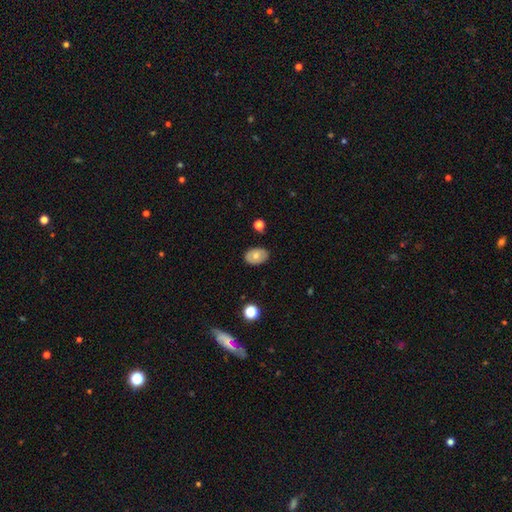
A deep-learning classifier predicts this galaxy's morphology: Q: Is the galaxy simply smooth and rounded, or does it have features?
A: smooth — 67%.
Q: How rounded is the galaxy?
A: in between — 81%.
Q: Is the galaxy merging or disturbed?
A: none — 85%.